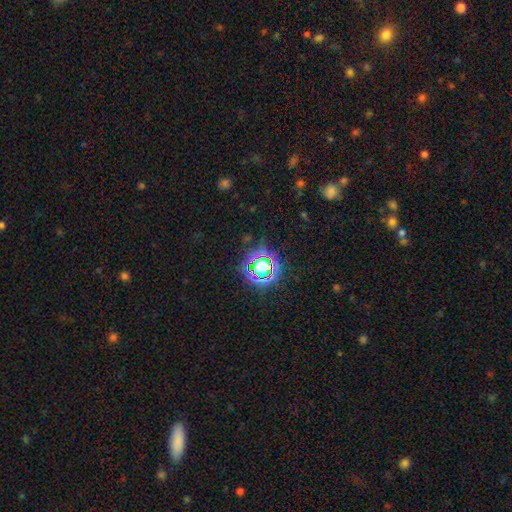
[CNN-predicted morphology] The model was most divided on "smooth or featured": star or artifact: 72%, smooth: 20%, featured or disk: 8%.